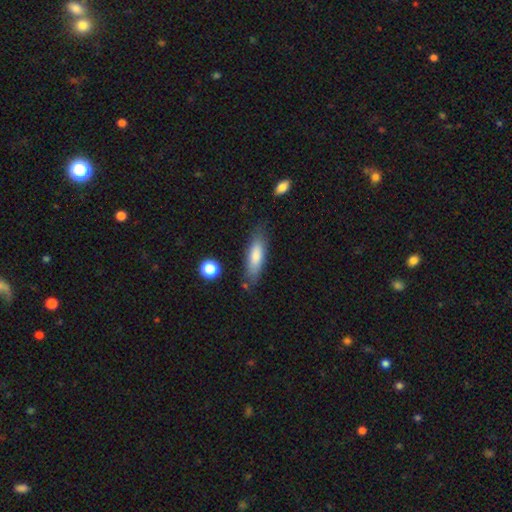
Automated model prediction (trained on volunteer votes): smooth_or_featured: smooth (p=0.78) [alt: featured or disk p=0.16]
how_rounded: cigar-shaped (p=0.55) [alt: in between p=0.43]
merging: none (p=0.78) [alt: minor disturbance p=0.15]